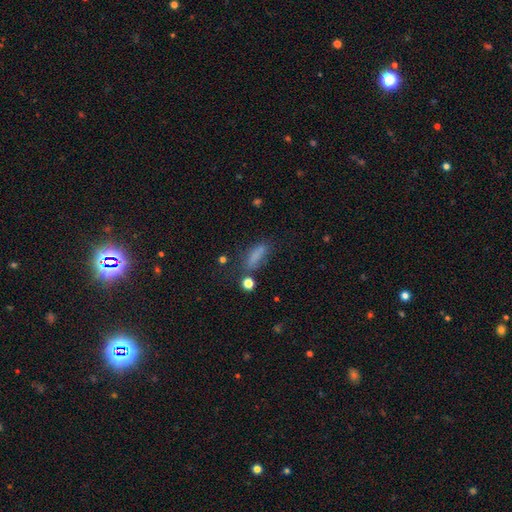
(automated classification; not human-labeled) The model was most divided on "how rounded": in between: 50%, cigar-shaped: 44%, round: 6%. More confident: smooth or featured — smooth (71%); merging — none (56%).